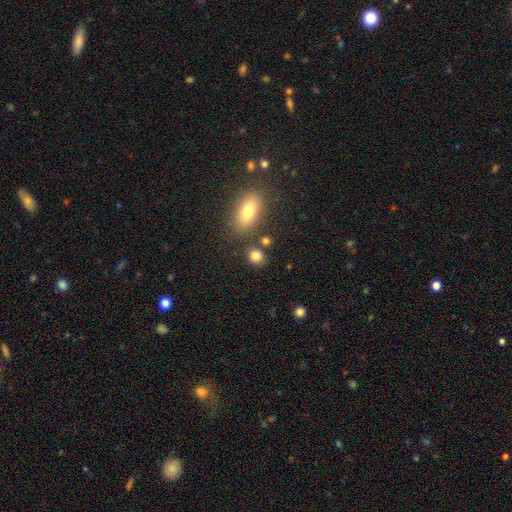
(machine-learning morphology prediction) smooth_or_featured: smooth (p=0.82) [alt: star or artifact p=0.11]
how_rounded: round (p=0.62) [alt: in between p=0.36]
merging: none (p=0.75) [alt: merger p=0.11]